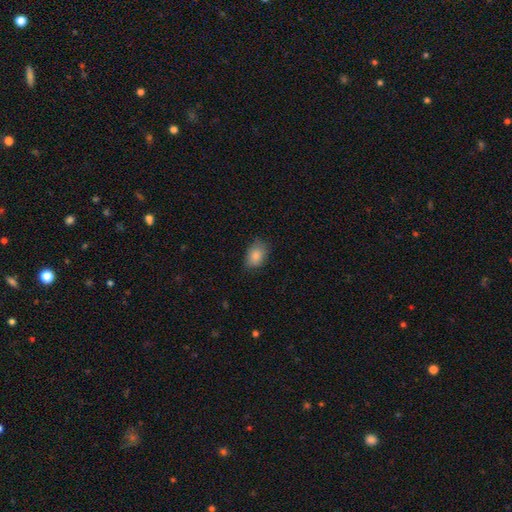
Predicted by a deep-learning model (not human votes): smooth 86%, star or artifact 8%, featured or disk 6%. Down the decision tree: how rounded — in between (81%); merging — none (75%).